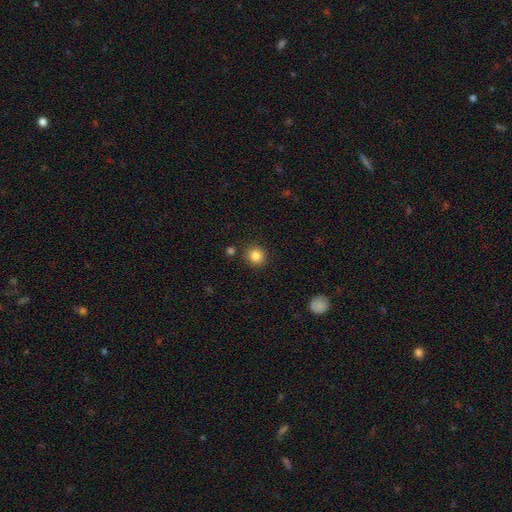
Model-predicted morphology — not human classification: A smooth galaxy with no disk features (85%) that is round (88%). Merging: none (87%).